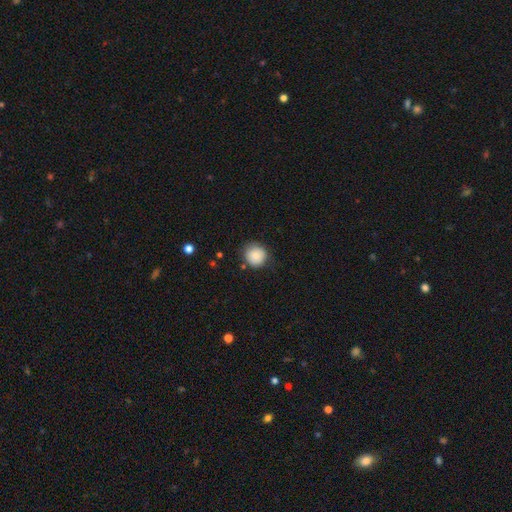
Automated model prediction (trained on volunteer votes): smooth_or_featured: smooth (p=0.84) [alt: star or artifact p=0.08]
how_rounded: round (p=0.92) [alt: in between p=0.07]
merging: none (p=0.81) [alt: minor disturbance p=0.14]